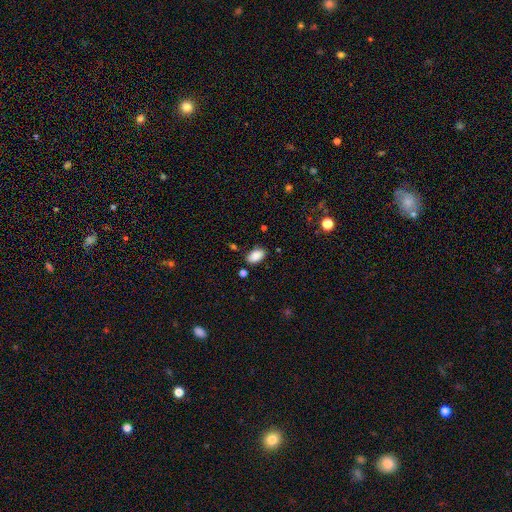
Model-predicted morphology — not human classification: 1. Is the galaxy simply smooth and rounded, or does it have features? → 88% smooth, 8% star or artifact, 4% featured or disk.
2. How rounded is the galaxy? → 93% in between, 5% round, 2% cigar-shaped.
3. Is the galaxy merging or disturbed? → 80% none, 14% minor disturbance, 3% major disturbance, 3% merger.